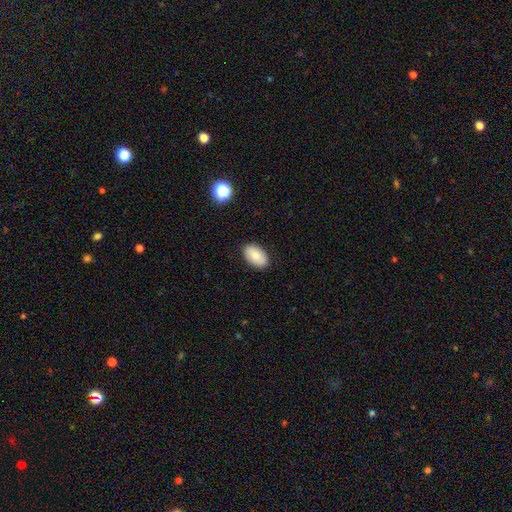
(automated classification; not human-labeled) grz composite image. It shows a smooth galaxy with no disk features (79%) that is in between round and cigar-shaped (92%). Merging: none (88%).